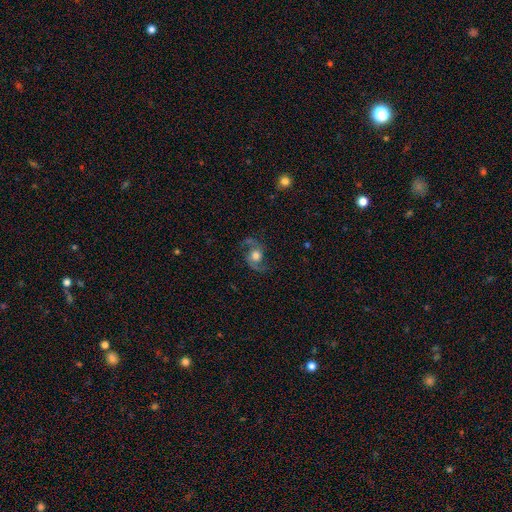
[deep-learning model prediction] This appears to be a featured or disk galaxy (77%) with no bar (72%), 2 (92%) loose (49%) spiral arms (94%) and a moderate central bulge (50%). Merging: none (72%).